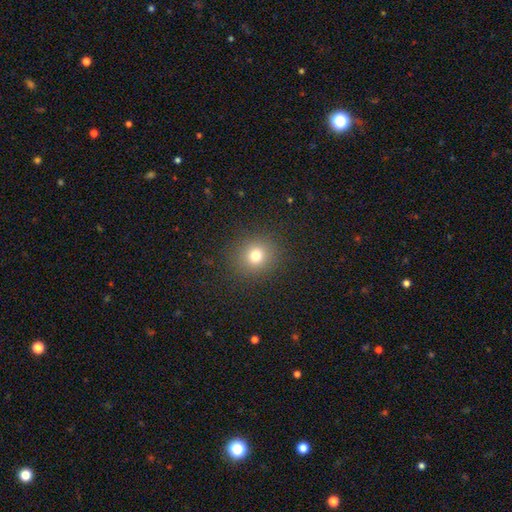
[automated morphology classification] This is likely a smooth galaxy (75%). How rounded: clearly round (88%). Merging: clearly none (90%).